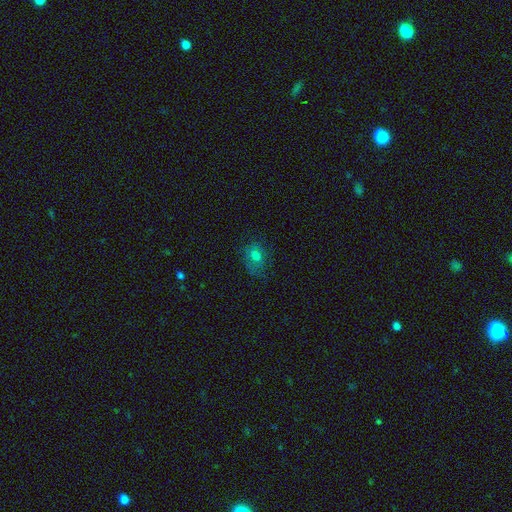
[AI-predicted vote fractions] A smooth galaxy with no disk features (68%) that is in between round and cigar-shaped (64%).

Vote fractions:
- Smooth or featured? smooth: 68% / featured or disk: 19% / star or artifact: 14%
- How rounded? in between: 64% / round: 34% / cigar-shaped: 1%
- Merging? none: 58% / minor disturbance: 25% / major disturbance: 15% / merger: 2%